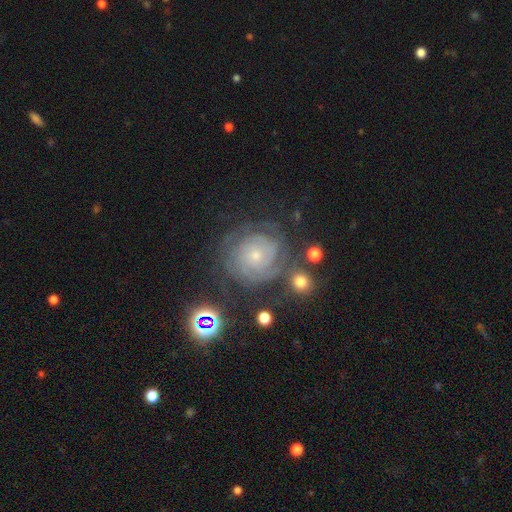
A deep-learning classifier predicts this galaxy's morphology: Overall: featured or disk (76%). Edge-on disk: no (98%). Bar: no (80%). Spiral arms: yes (92%). Spiral arm count: can't tell (42%; 2 17%). Spiral winding: tight (77%). Bulge size: small (72%). Merging: none (70%).